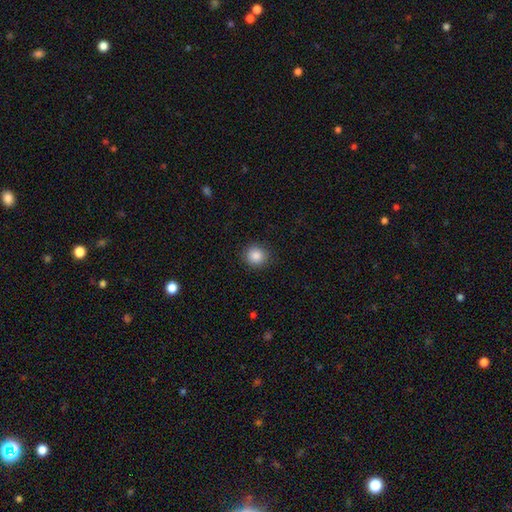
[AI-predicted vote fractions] A smooth galaxy with no disk features (86%) that is round (89%). Merging: none (90%).